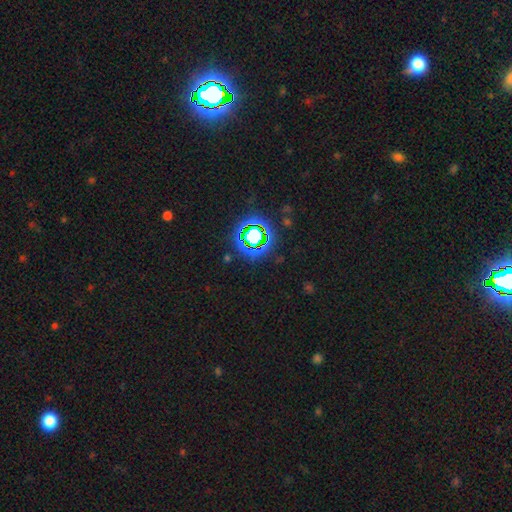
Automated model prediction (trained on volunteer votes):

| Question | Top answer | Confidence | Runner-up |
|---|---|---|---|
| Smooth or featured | star or artifact | 78% | smooth (15%) |